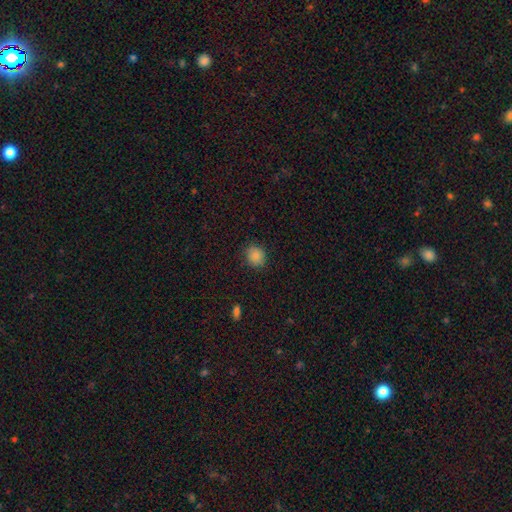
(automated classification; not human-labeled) Morphology: type=smooth (85%); roundness=round (84%); merging=none (86%).